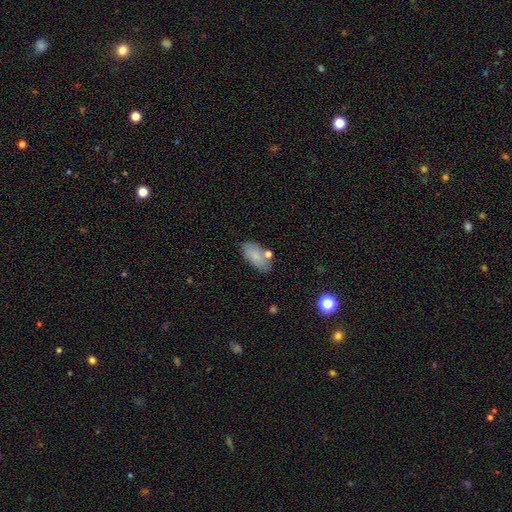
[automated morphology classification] A smooth galaxy with no disk features (80%) that is in between round and cigar-shaped (92%). Merging: none (67%).